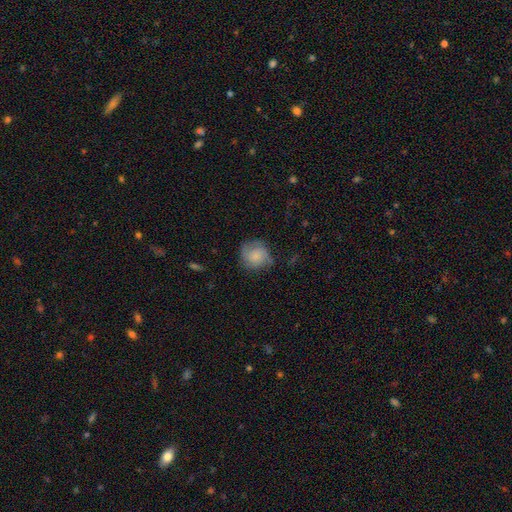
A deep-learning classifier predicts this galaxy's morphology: Smooth or featured: smooth — 74% (featured or disk — 18%)
How rounded: round — 84% (in between — 15%)
Merging: none — 61% (minor disturbance — 27%)